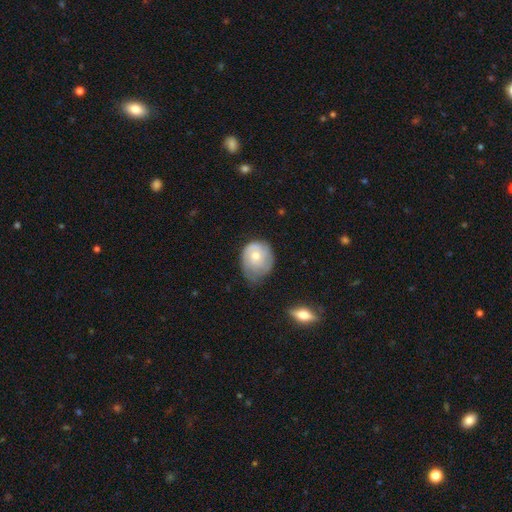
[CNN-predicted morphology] Overall: smooth (52%; featured or disk 42%). How rounded: round (61%; in between 38%). Merging: none (45%; minor disturbance 40%).